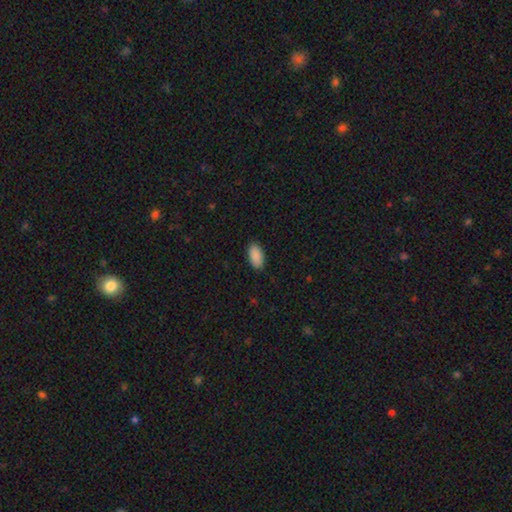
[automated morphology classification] The model was most divided on "merging": none: 89%, minor disturbance: 8%, major disturbance: 2%, merger: 1%. More confident: how rounded — in between (94%); smooth or featured — smooth (91%).